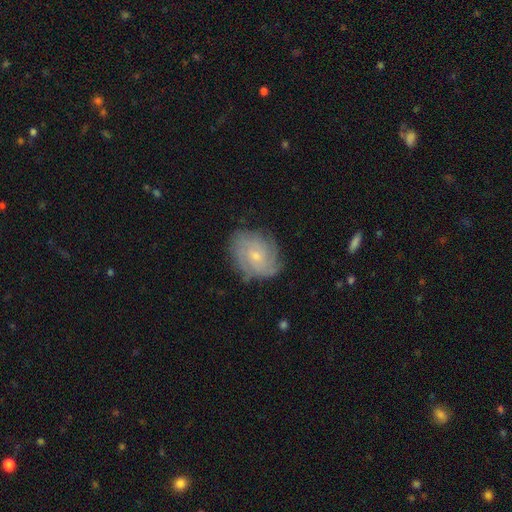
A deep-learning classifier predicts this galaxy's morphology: Smooth or featured?
  - featured or disk: 69% *
  - smooth: 23%
  - star or artifact: 8%
Edge-on disk?
  - no: 97% *
  - yes: 3%
Bar?
  - no: 73% *
  - weak: 24%
  - strong: 3%
Spiral arms?
  - yes: 90% *
  - no: 10%
Spiral winding?
  - tight: 59% *
  - medium: 30%
  - loose: 10%
Spiral arm count?
  - can't tell: 44% *
  - 3: 15%
  - 4: 14%
  - 2: 14%
  - more than 4: 7%
  - 1: 6%
Bulge size?
  - small: 69% *
  - moderate: 27%
  - none: 2%
  - large: 1%
  - dominant: 1%
Merging?
  - none: 74% *
  - minor disturbance: 19%
  - major disturbance: 6%
  - merger: 1%